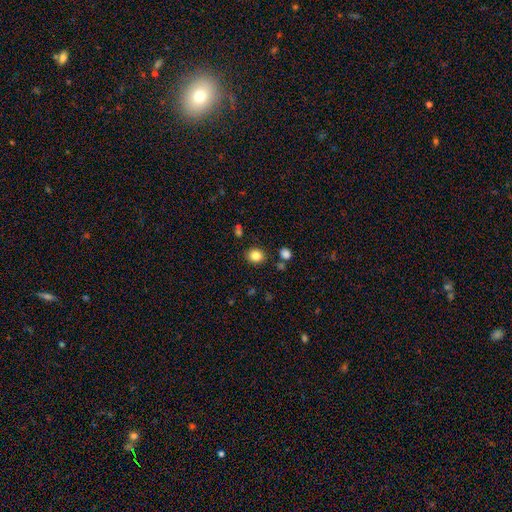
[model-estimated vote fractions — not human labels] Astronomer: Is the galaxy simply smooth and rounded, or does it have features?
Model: smooth — 84%.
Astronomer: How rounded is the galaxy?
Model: round — 69%.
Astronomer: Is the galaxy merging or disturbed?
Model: none — 86%.